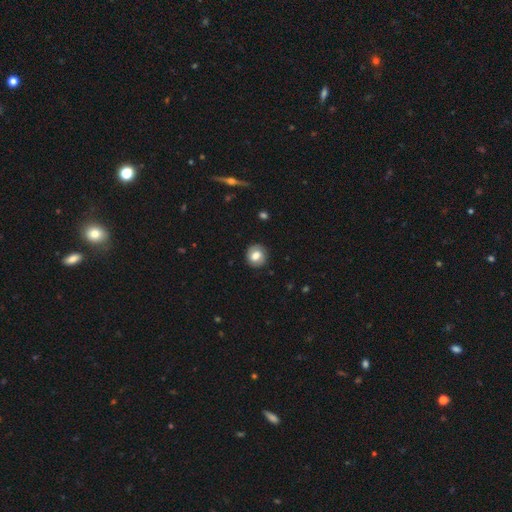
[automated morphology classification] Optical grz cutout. It shows a smooth galaxy with no disk features (70%) that is round (82%). Merging: none (87%).